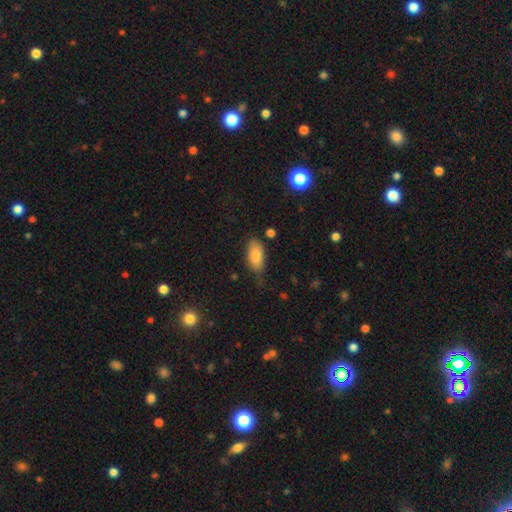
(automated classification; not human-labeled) Q: Smooth or featured?
A: smooth (84%); runner-up: featured or disk (9%)
Q: How rounded?
A: in between (89%); runner-up: cigar-shaped (8%)
Q: Merging?
A: none (68%); runner-up: minor disturbance (23%)